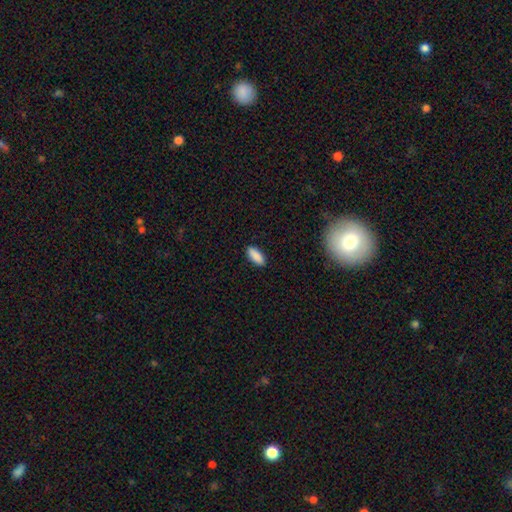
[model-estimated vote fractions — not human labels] smooth 89%, star or artifact 7%, featured or disk 4%. Down the decision tree: how rounded — in between (77%); merging — none (88%).